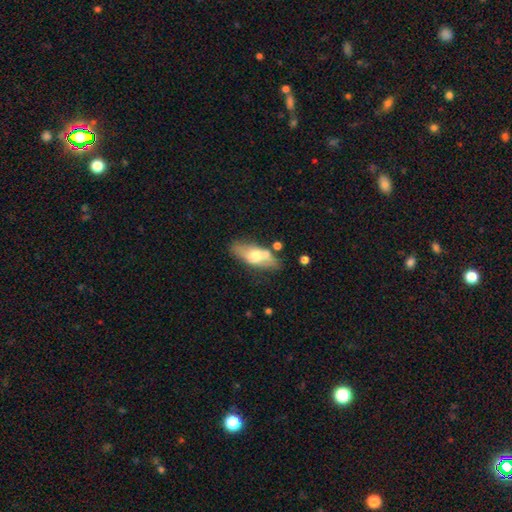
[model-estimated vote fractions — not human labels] Smooth or featured? smooth (52%)
How rounded? in between (77%)
Merging? none (64%)